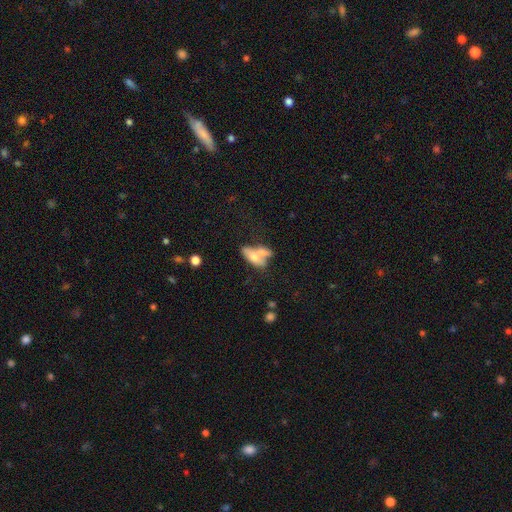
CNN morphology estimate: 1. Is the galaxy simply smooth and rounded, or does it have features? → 58% smooth, 34% featured or disk, 8% star or artifact.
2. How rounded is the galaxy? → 75% in between, 19% cigar-shaped, 6% round.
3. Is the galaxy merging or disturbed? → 59% merger, 23% none, 10% minor disturbance, 7% major disturbance.